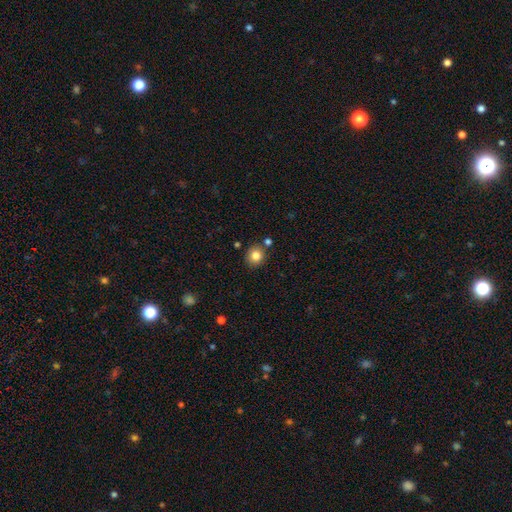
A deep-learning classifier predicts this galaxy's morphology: A smooth galaxy with no disk features (82%) that is round (85%). Merging: none (82%).